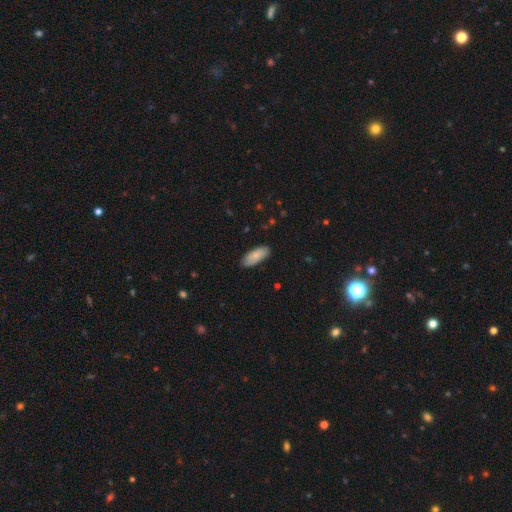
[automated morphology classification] type=smooth (80%); roundness=in between (81%); merging=none (85%).